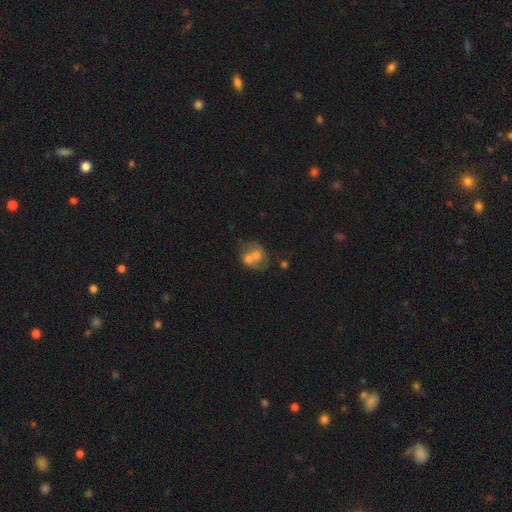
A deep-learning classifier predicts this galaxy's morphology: type=smooth (52%); roundness=round (56%); merging=merger (55%).